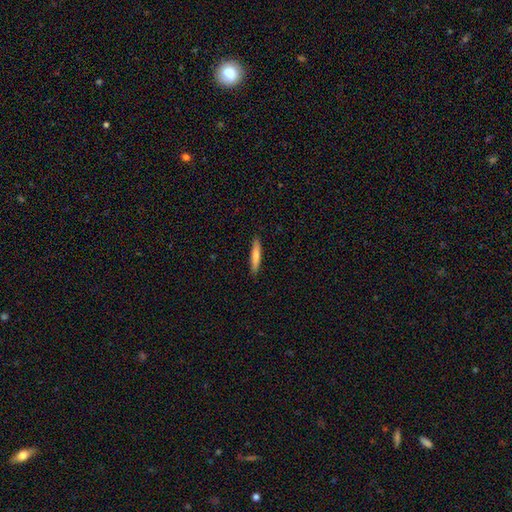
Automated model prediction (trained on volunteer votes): Smooth or featured? smooth (74%)
How rounded? cigar-shaped (90%)
Merging? none (90%)